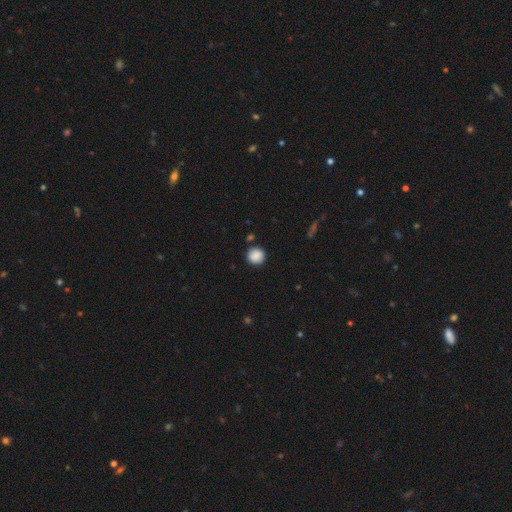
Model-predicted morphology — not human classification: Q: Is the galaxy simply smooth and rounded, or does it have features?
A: smooth — 88%.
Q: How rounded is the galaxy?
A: round — 94%.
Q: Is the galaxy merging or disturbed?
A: none — 88%.